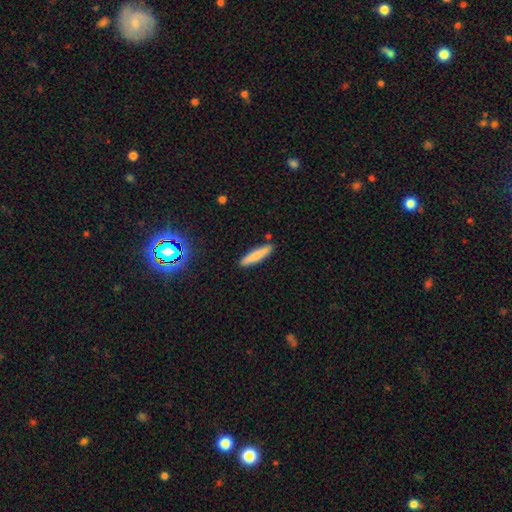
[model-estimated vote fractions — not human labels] Morphology: type=smooth (78%); roundness=cigar-shaped (86%); merging=none (88%).